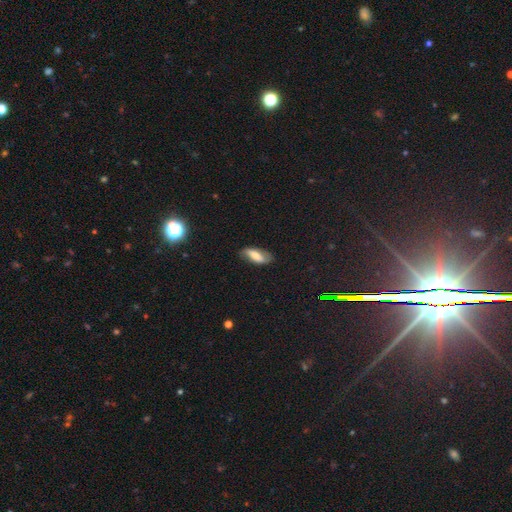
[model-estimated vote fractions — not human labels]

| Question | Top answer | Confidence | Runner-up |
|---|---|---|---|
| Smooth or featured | smooth | 54% | featured or disk (37%) |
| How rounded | in between | 78% | cigar-shaped (19%) |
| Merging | none | 71% | minor disturbance (22%) |